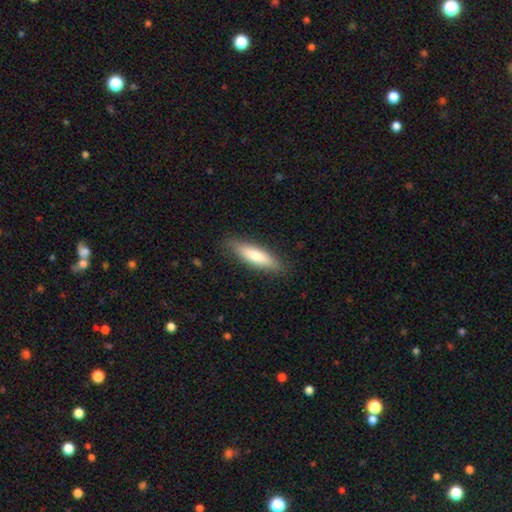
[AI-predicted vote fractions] Smooth or featured: smooth — 76% (featured or disk — 19%)
How rounded: cigar-shaped — 66% (in between — 32%)
Merging: none — 84% (minor disturbance — 12%)